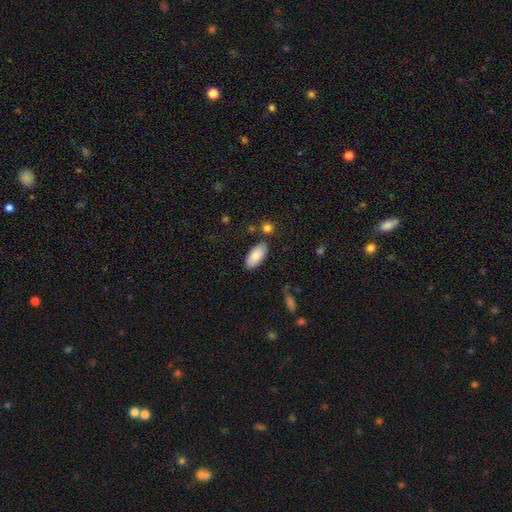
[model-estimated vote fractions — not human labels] Smooth or featured? smooth (84%)
How rounded? in between (92%)
Merging? none (82%)